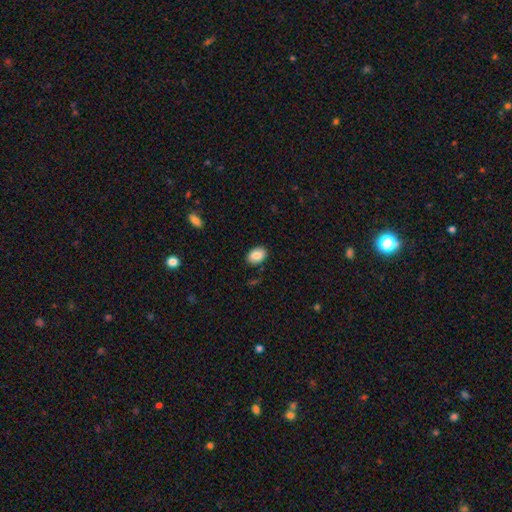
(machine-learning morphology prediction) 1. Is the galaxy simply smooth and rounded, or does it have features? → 86% smooth, 7% star or artifact, 7% featured or disk.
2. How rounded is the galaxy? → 84% in between, 15% round, 1% cigar-shaped.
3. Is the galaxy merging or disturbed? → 86% none, 10% minor disturbance, 2% major disturbance, 1% merger.